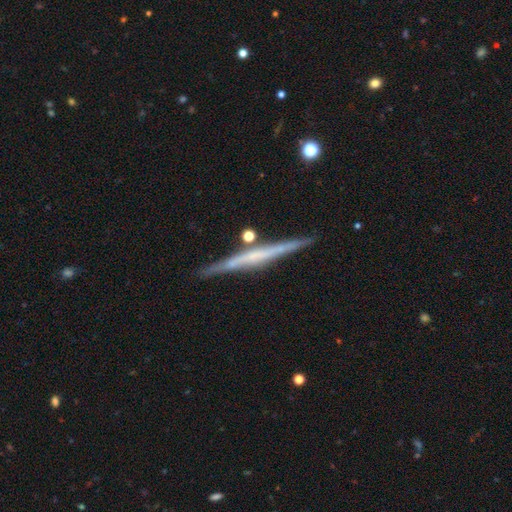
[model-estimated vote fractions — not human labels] featured or disk 69%, smooth 25%, star or artifact 6%. Down the decision tree: edge-on disk — yes (97%); edge-on bulge — none (71%); merging — none (85%).